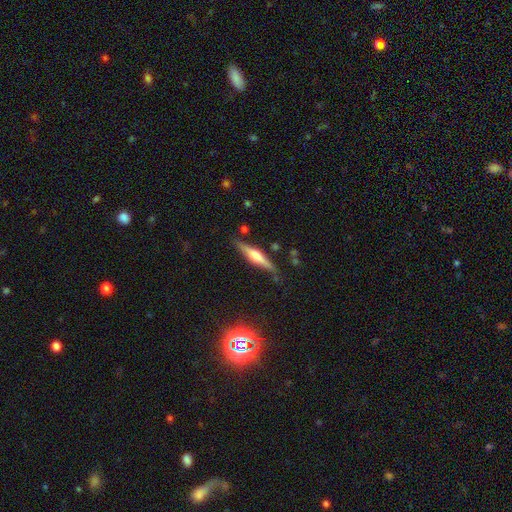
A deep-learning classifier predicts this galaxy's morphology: type=featured or disk (64%); edge-on=yes (96%); edge-on bulge=rounded (82%); merging=none (83%).